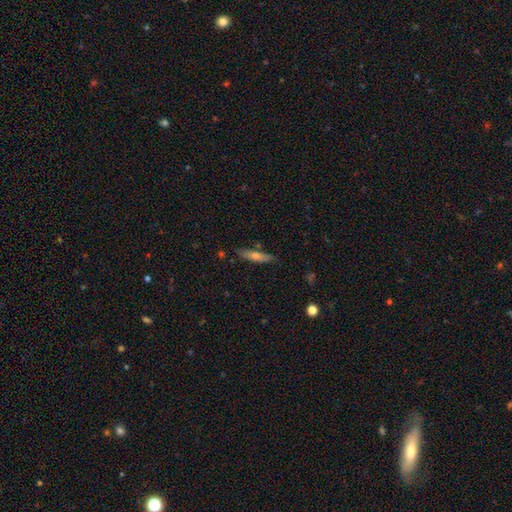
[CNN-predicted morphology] The model was most divided on "smooth or featured": smooth: 59%, featured or disk: 34%, star or artifact: 7%. More confident: merging — none (82%); how rounded — cigar-shaped (79%).